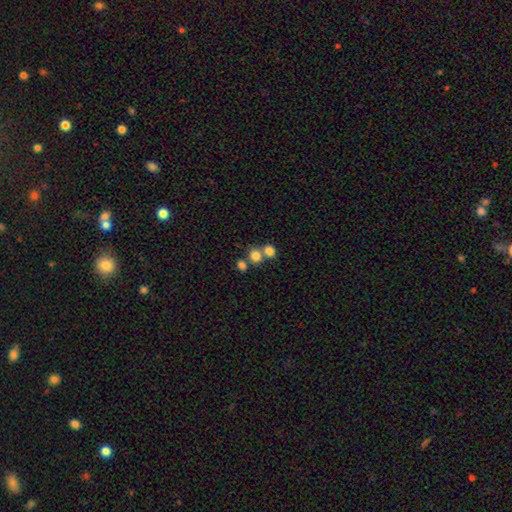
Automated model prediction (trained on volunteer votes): Smooth or featured: smooth — 80% (star or artifact — 11%)
How rounded: round — 63% (in between — 36%)
Merging: merger — 47% (none — 42%)